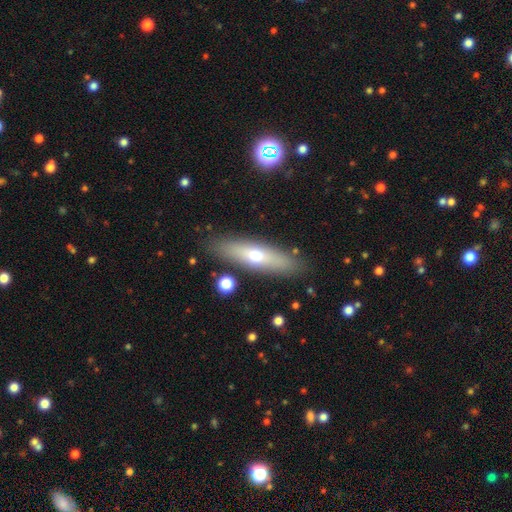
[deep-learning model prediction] smooth 54%, featured or disk 39%, star or artifact 7%. Down the decision tree: how rounded — cigar-shaped (67%); merging — none (86%).